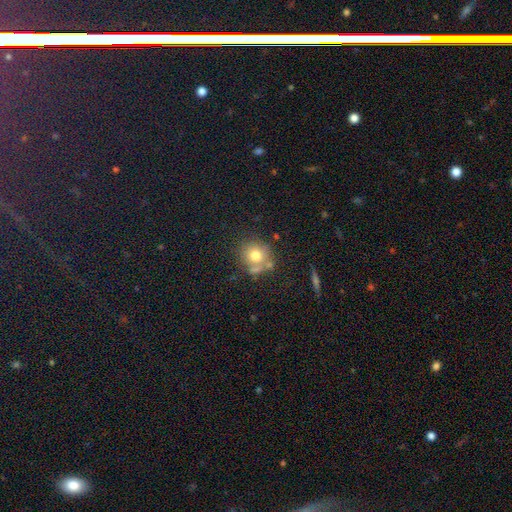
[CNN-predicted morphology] type=smooth (72%); roundness=round (85%); merging=none (60%).